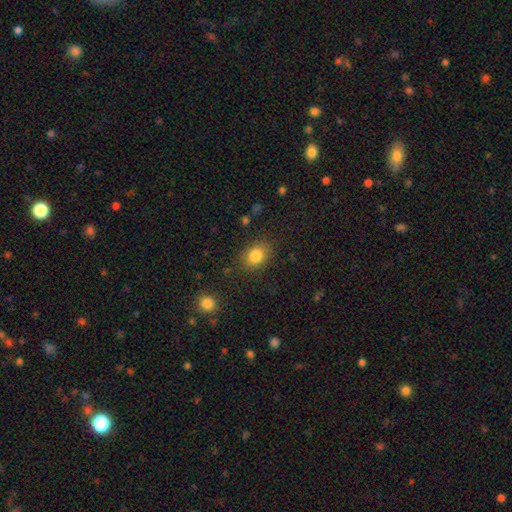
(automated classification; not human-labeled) smooth_or_featured: smooth (p=0.84) [alt: star or artifact p=0.10]
how_rounded: in between (p=0.59) [alt: round p=0.40]
merging: none (p=0.82) [alt: minor disturbance p=0.12]